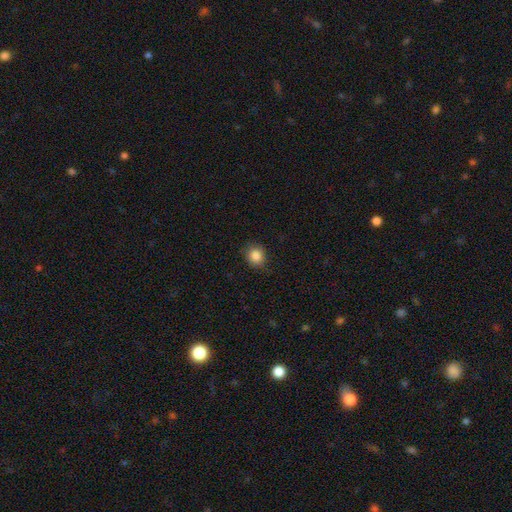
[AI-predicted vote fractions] Smooth or featured?
  - smooth: 86% *
  - star or artifact: 10%
  - featured or disk: 4%
How rounded?
  - round: 79% *
  - in between: 20%
  - cigar-shaped: 1%
Merging?
  - none: 83% *
  - minor disturbance: 13%
  - major disturbance: 3%
  - merger: 1%